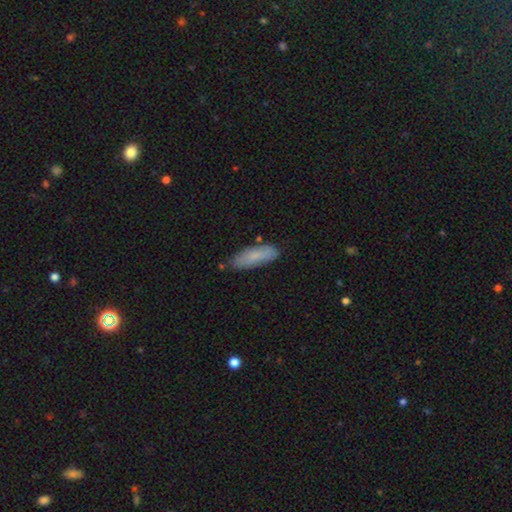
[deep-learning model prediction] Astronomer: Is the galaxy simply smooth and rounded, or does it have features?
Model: smooth — 79%.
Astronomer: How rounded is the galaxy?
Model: in between — 52% (runner-up: cigar-shaped, 46%).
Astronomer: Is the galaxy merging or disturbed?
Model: none — 76%.